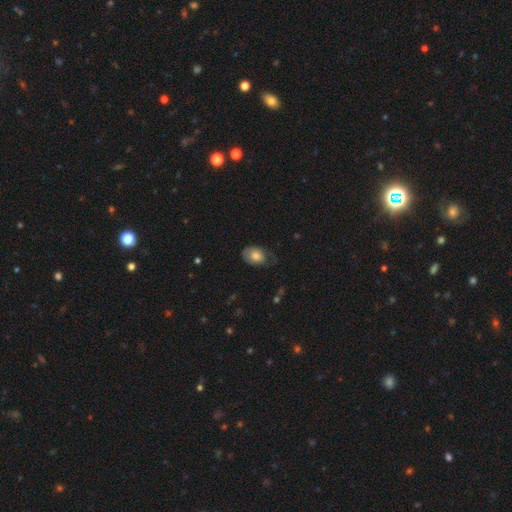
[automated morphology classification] This is likely a smooth galaxy (68%). How rounded: likely in between (78%). Merging: possibly none (48%).